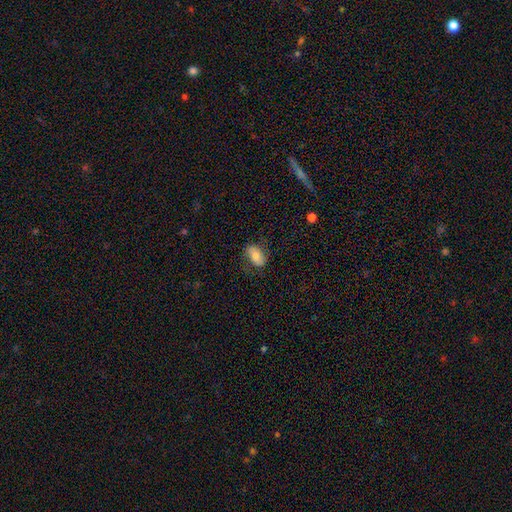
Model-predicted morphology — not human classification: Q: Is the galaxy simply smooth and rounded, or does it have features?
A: smooth — 68%.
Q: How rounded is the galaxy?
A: in between — 89%.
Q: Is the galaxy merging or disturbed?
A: none — 71%.